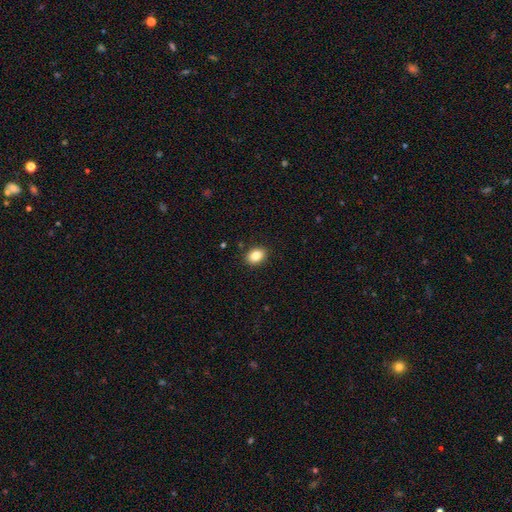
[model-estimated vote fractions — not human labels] Overall: smooth (85%). How rounded: in between (70%). Merging: none (90%).